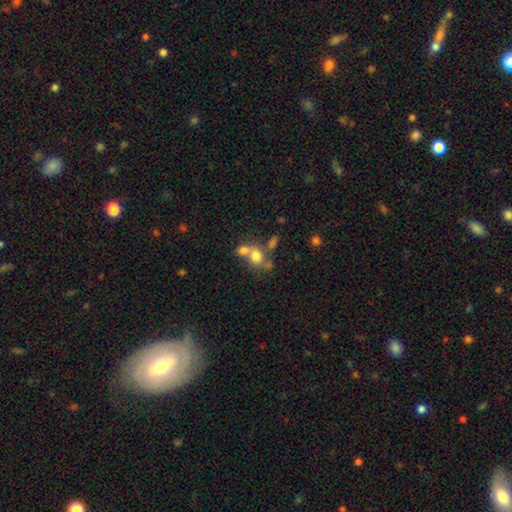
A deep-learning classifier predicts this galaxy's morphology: Q: Smooth or featured?
A: smooth (70%); runner-up: featured or disk (18%)
Q: How rounded?
A: round (59%); runner-up: in between (40%)
Q: Merging?
A: merger (54%); runner-up: none (31%)